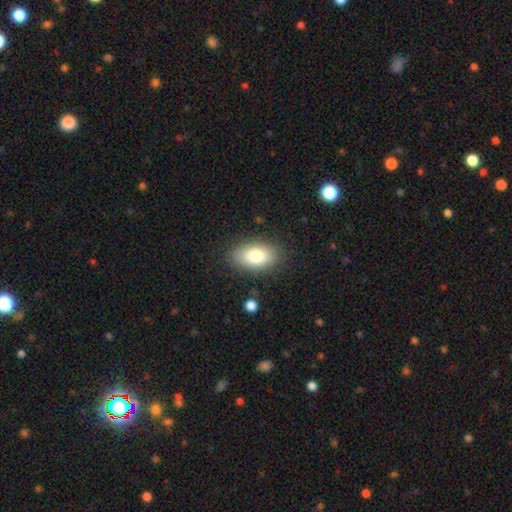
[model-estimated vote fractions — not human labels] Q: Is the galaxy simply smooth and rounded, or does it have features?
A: smooth — 79%.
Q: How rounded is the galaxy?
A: in between — 91%.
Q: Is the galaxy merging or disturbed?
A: none — 85%.